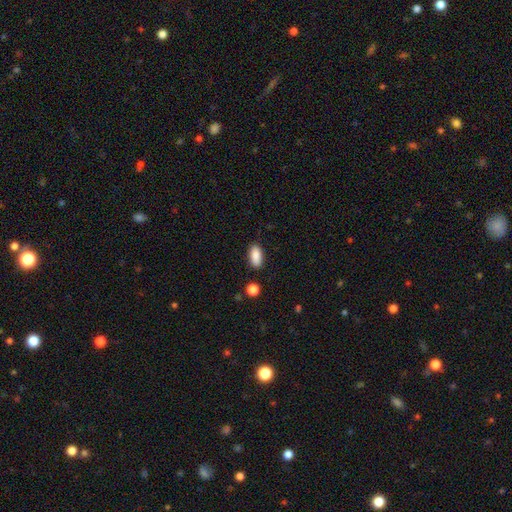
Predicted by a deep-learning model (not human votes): This appears to be a smooth galaxy with no disk features (89%) that is in between round and cigar-shaped (89%). Merging: none (87%).